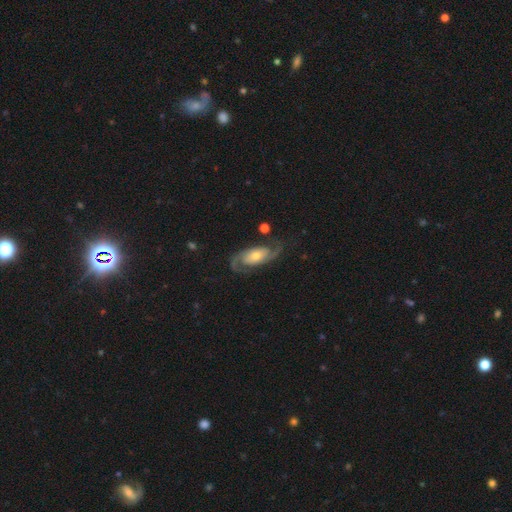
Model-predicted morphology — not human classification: Smooth or featured?
  - featured or disk: 88% *
  - smooth: 7%
  - star or artifact: 5%
Edge-on disk?
  - no: 96% *
  - yes: 4%
Bar?
  - no: 61% *
  - weak: 28%
  - strong: 11%
Spiral arms?
  - yes: 97% *
  - no: 3%
Spiral winding?
  - medium: 50% *
  - loose: 27%
  - tight: 23%
Spiral arm count?
  - 2: 92% *
  - can't tell: 3%
  - 1: 1%
  - 3: 1%
  - 4: 1%
  - more than 4: 1%
Bulge size?
  - moderate: 49% *
  - small: 39%
  - large: 8%
  - none: 3%
  - dominant: 2%
Merging?
  - none: 76% *
  - minor disturbance: 14%
  - major disturbance: 8%
  - merger: 2%